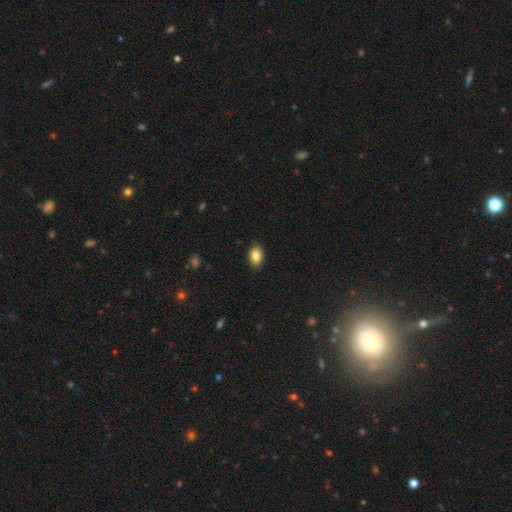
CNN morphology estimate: Q: Smooth or featured?
A: smooth (87%); runner-up: star or artifact (8%)
Q: How rounded?
A: in between (87%); runner-up: round (12%)
Q: Merging?
A: none (88%); runner-up: minor disturbance (9%)